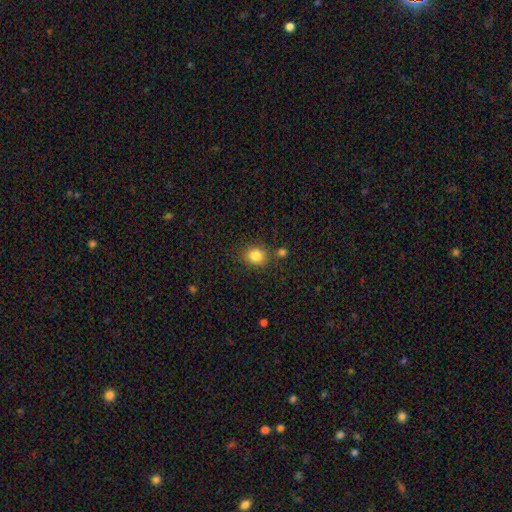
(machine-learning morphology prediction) A smooth galaxy with no disk features (84%) that is round (72%). Merging: none (77%).